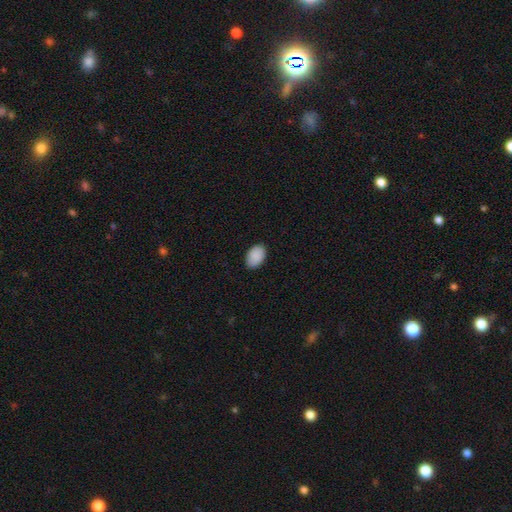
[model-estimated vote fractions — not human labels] A smooth galaxy with no disk features (90%) that is in between round and cigar-shaped (87%). Merging: none (88%).